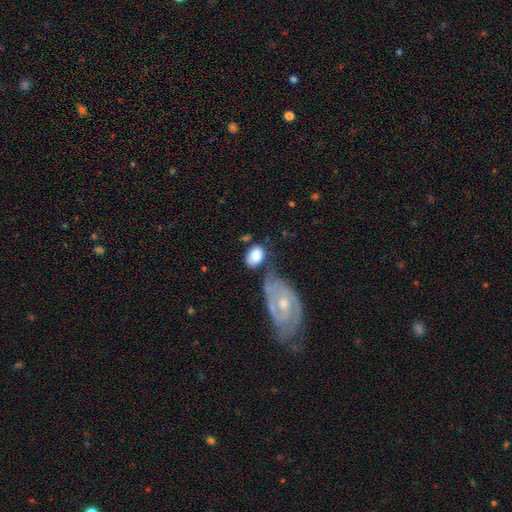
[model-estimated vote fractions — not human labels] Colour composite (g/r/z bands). It shows a smooth galaxy with no disk features (76%) that is in between round and cigar-shaped (82%). Merging: none (43%).